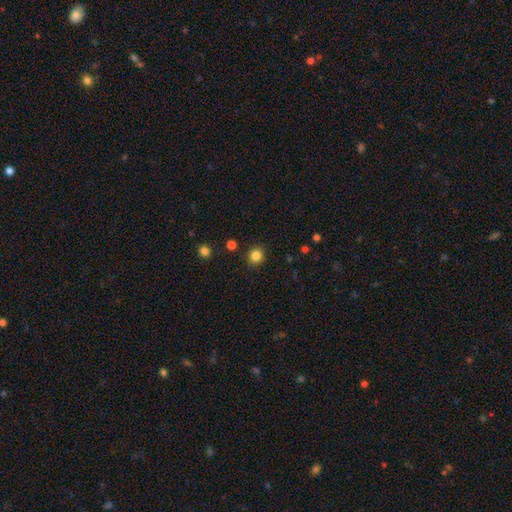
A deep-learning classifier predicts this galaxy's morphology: Smooth or featured?
  - smooth: 84% *
  - star or artifact: 12%
  - featured or disk: 4%
How rounded?
  - round: 82% *
  - in between: 17%
  - cigar-shaped: 1%
Merging?
  - none: 89% *
  - minor disturbance: 7%
  - major disturbance: 2%
  - merger: 2%